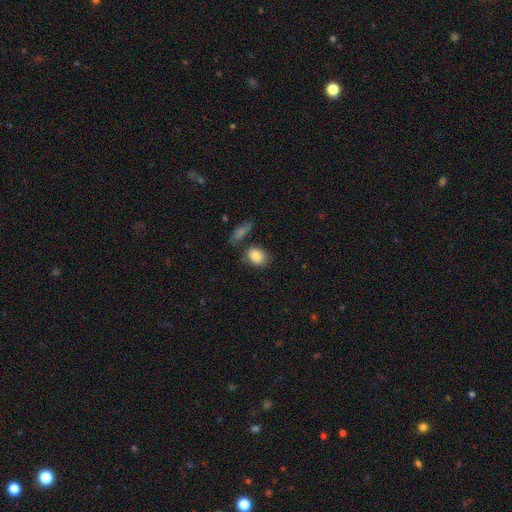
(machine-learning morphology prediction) Smooth or featured? smooth (84%)
How rounded? in between (65%)
Merging? none (65%)